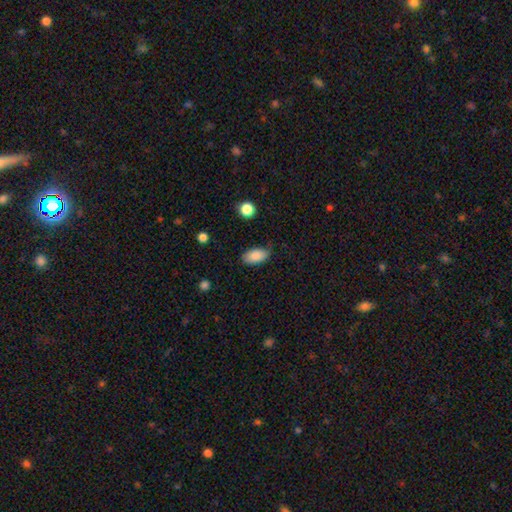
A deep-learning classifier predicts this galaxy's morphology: The model was most divided on "merging": none: 75%, minor disturbance: 19%, major disturbance: 4%, merger: 1%. More confident: how rounded — in between (94%); smooth or featured — smooth (88%).